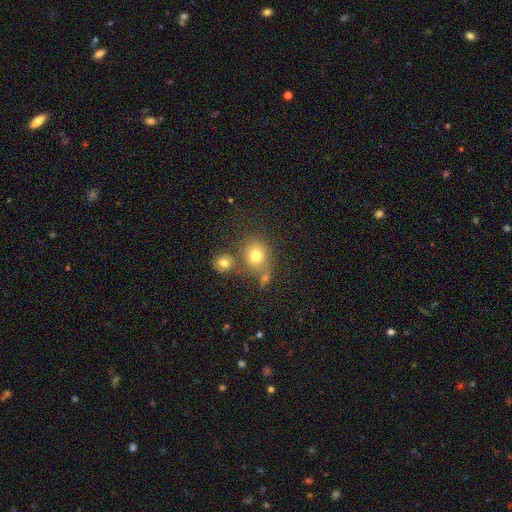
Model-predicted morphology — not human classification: Smooth or featured?
  - smooth: 75% *
  - star or artifact: 14%
  - featured or disk: 11%
How rounded?
  - round: 72% *
  - in between: 27%
  - cigar-shaped: 1%
Merging?
  - none: 59% *
  - merger: 22%
  - minor disturbance: 13%
  - major disturbance: 6%